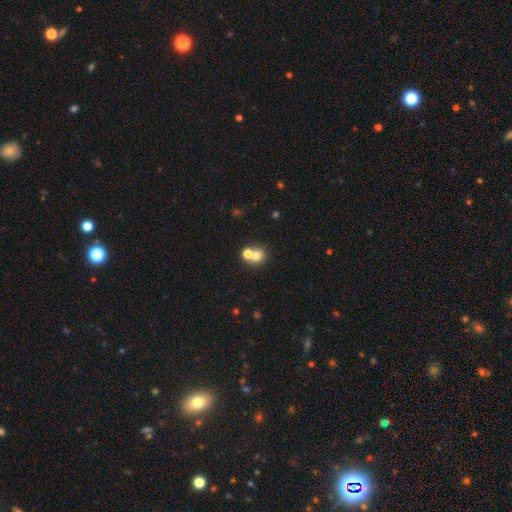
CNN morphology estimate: smooth_or_featured: smooth (p=0.72) [alt: featured or disk p=0.14]
how_rounded: round (p=0.79) [alt: in between p=0.20]
merging: merger (p=0.47) [alt: none p=0.44]